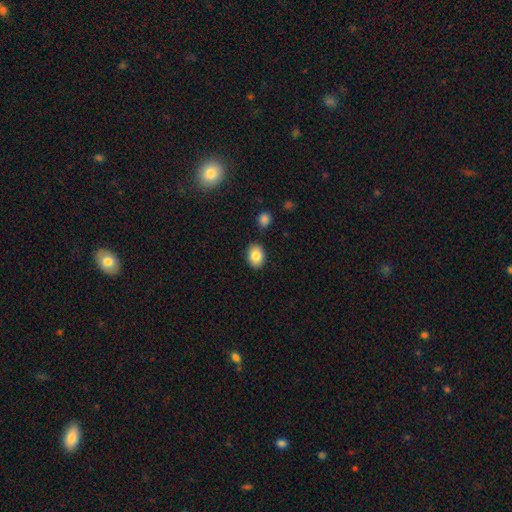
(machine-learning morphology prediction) Smooth or featured? Predicted: smooth (p=0.84). How rounded? Predicted: in between (p=0.71). Merging? Predicted: none (p=0.86).